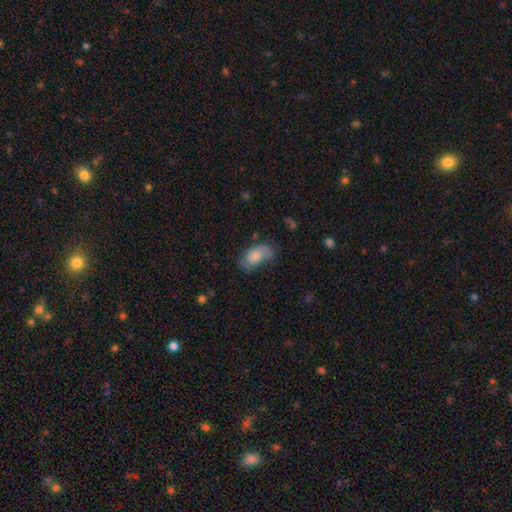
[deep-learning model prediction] Smooth or featured?
  - smooth: 69% *
  - featured or disk: 24%
  - star or artifact: 8%
How rounded?
  - in between: 92% *
  - round: 6%
  - cigar-shaped: 2%
Merging?
  - none: 50% *
  - minor disturbance: 31%
  - major disturbance: 16%
  - merger: 3%